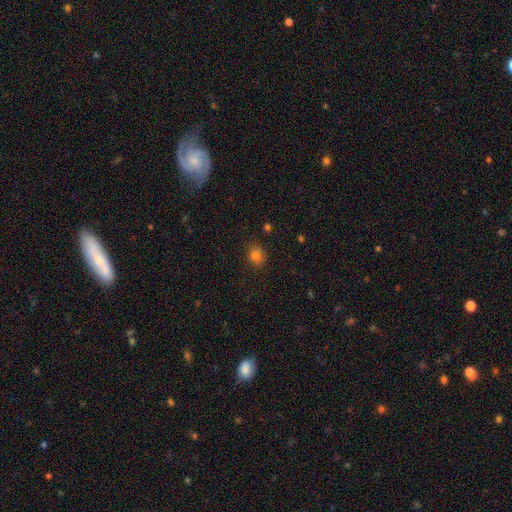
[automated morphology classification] smooth_or_featured: smooth (p=0.81) [alt: star or artifact p=0.13]
how_rounded: round (p=0.59) [alt: in between p=0.40]
merging: none (p=0.82) [alt: minor disturbance p=0.13]